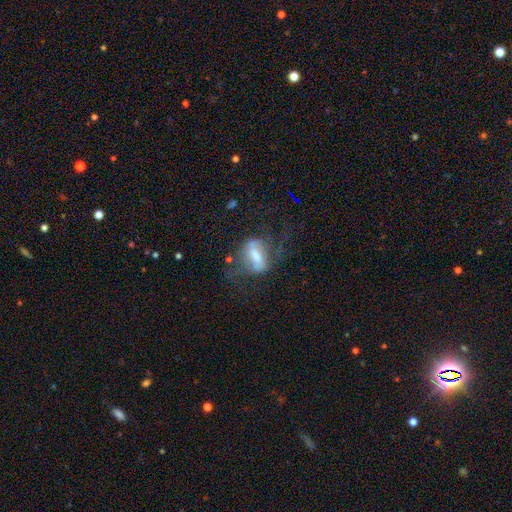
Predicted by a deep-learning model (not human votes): Q: Smooth or featured?
A: featured or disk (54%); runner-up: smooth (37%)
Q: Edge-on disk?
A: no (89%); runner-up: yes (11%)
Q: Merging?
A: none (37%); runner-up: major disturbance (35%)